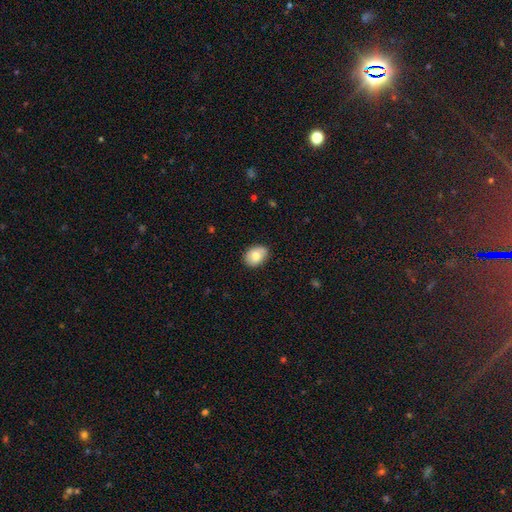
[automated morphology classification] smooth 76%, featured or disk 17%, star or artifact 7%. Down the decision tree: how rounded — in between (75%); merging — none (82%).